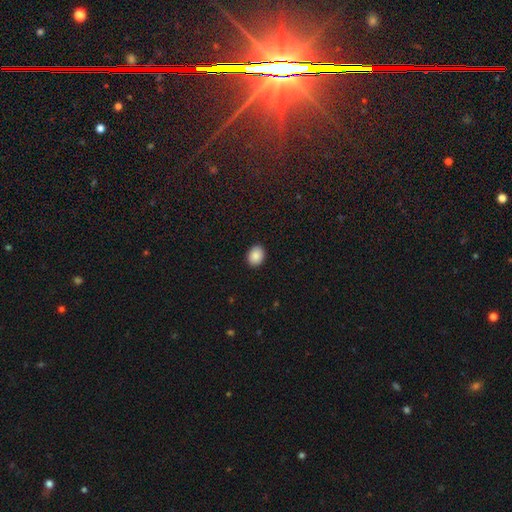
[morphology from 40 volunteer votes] A smooth galaxy with no disk features (88%) that is in between round and cigar-shaped (71%). Merging: none (97%).